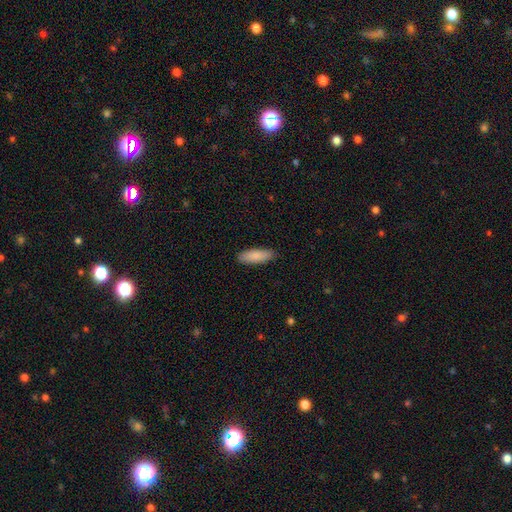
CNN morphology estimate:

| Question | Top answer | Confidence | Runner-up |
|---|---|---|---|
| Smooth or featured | smooth | 87% | featured or disk (7%) |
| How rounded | in between | 62% | cigar-shaped (37%) |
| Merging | none | 87% | minor disturbance (10%) |